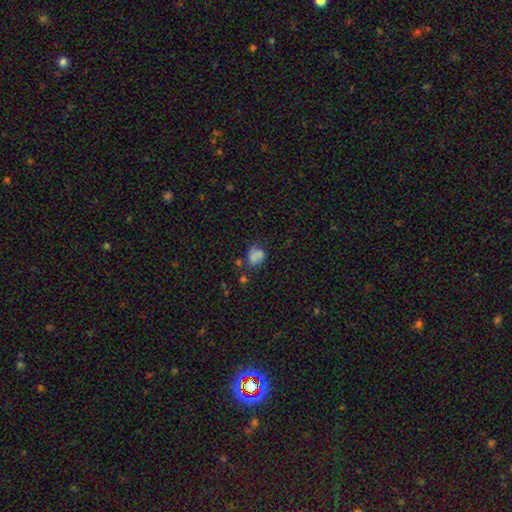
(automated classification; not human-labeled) Q: Smooth or featured?
A: smooth (71%); runner-up: star or artifact (14%)
Q: How rounded?
A: round (52%); runner-up: in between (47%)
Q: Merging?
A: none (44%); runner-up: minor disturbance (24%)